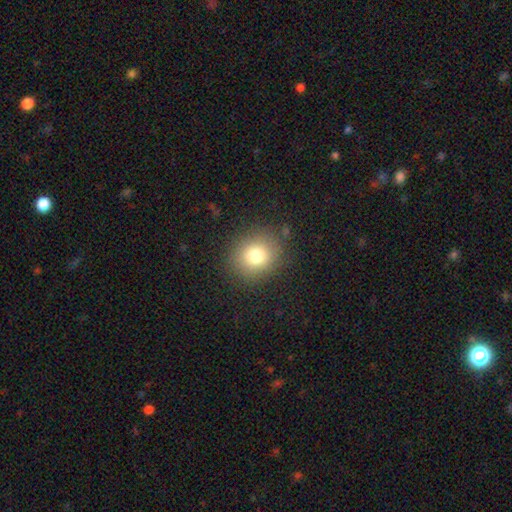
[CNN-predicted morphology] smooth-or-featured: smooth: 77% | star or artifact: 13% | featured or disk: 10%
  how-rounded: round: 79% | in between: 20% | cigar-shaped: 1%
  merging: none: 86% | minor disturbance: 9% | major disturbance: 4% | merger: 1%